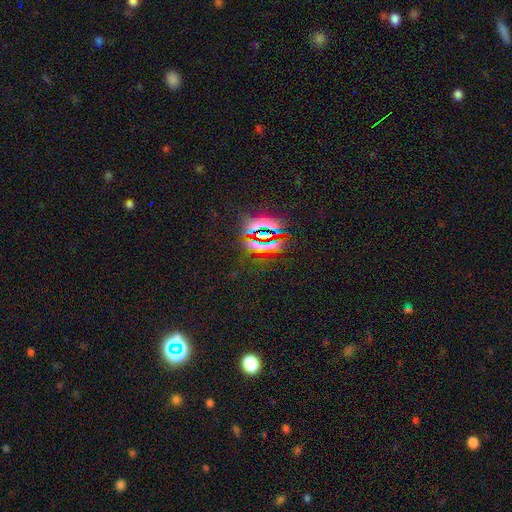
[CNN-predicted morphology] Smooth or featured?
  - star or artifact: 82% *
  - smooth: 11%
  - featured or disk: 7%